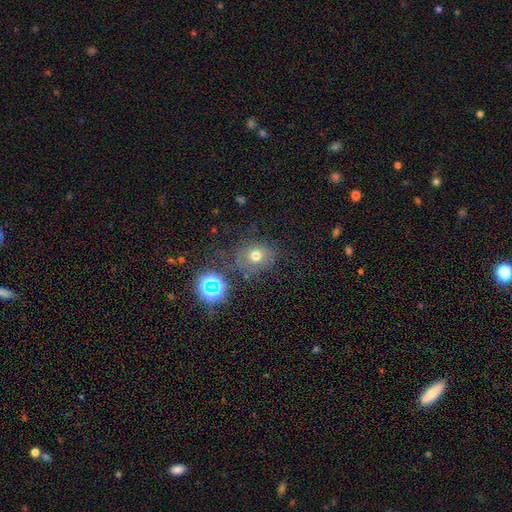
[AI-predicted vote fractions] Smooth or featured? Predicted: smooth (p=0.62). How rounded? Predicted: round (p=0.78). Merging? Predicted: none (p=0.67).